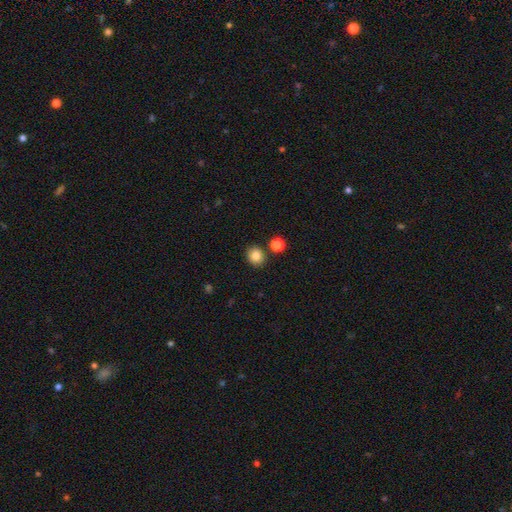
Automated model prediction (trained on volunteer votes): Smooth or featured?
  - smooth: 84% *
  - star or artifact: 11%
  - featured or disk: 5%
How rounded?
  - round: 82% *
  - in between: 17%
  - cigar-shaped: 1%
Merging?
  - none: 85% *
  - minor disturbance: 7%
  - merger: 5%
  - major disturbance: 2%